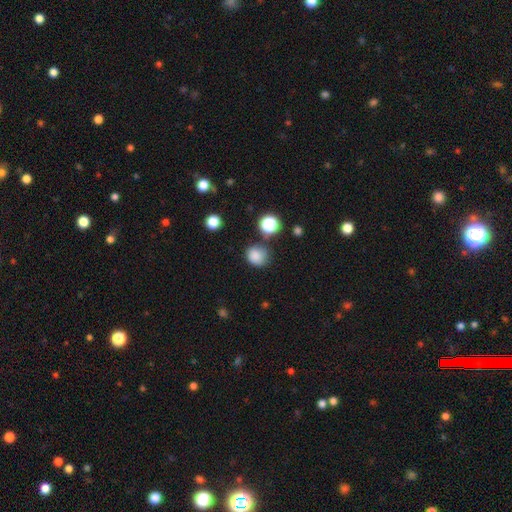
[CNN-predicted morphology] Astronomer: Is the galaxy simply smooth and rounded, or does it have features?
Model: smooth — 83%.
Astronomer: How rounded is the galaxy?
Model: round — 79%.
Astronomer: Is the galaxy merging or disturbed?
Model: none — 70%.